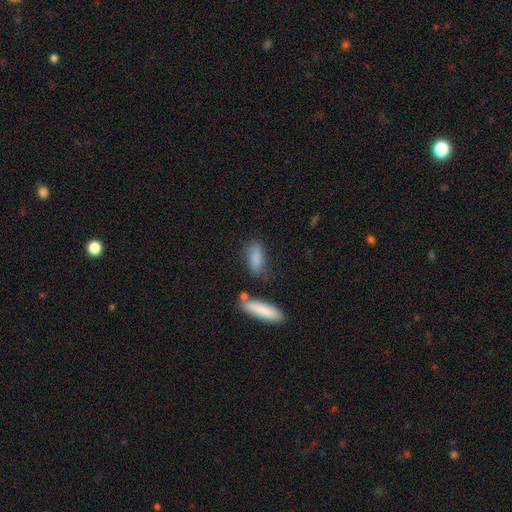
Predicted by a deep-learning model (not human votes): Q: Smooth or featured?
A: smooth (83%); runner-up: featured or disk (9%)
Q: How rounded?
A: in between (62%); runner-up: cigar-shaped (35%)
Q: Merging?
A: none (64%); runner-up: minor disturbance (20%)